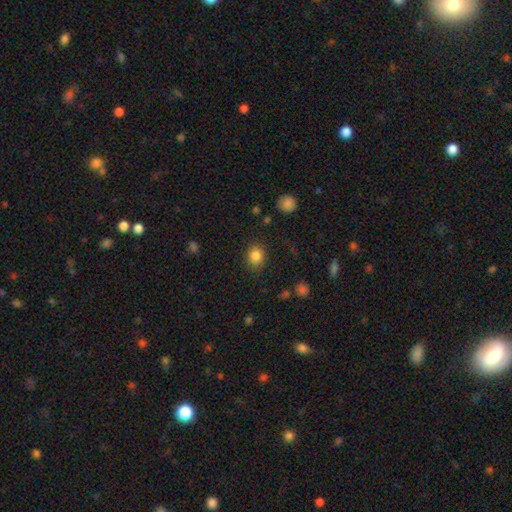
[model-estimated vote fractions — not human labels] Smooth or featured?
  - smooth: 85% *
  - star or artifact: 10%
  - featured or disk: 5%
How rounded?
  - round: 63% *
  - in between: 36%
  - cigar-shaped: 1%
Merging?
  - none: 84% *
  - minor disturbance: 11%
  - major disturbance: 4%
  - merger: 1%